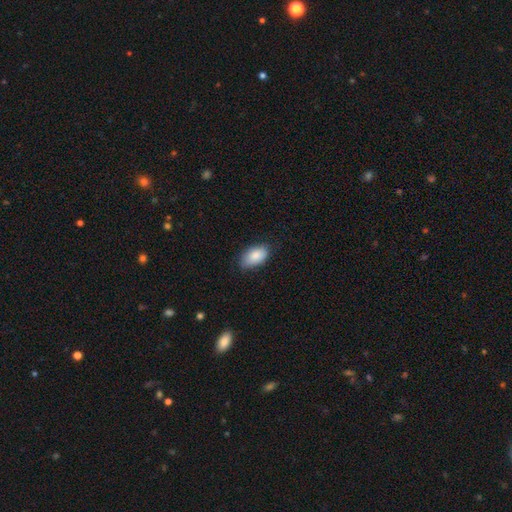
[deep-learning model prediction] Smooth or featured?
  - smooth: 86% *
  - featured or disk: 7%
  - star or artifact: 7%
How rounded?
  - in between: 93% *
  - round: 5%
  - cigar-shaped: 2%
Merging?
  - none: 76% *
  - minor disturbance: 20%
  - major disturbance: 3%
  - merger: 1%